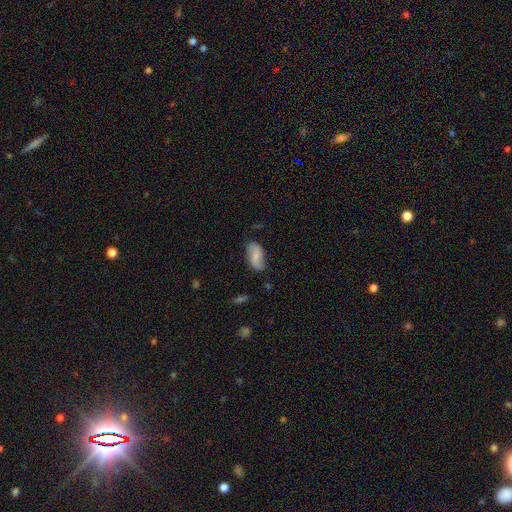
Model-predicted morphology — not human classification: type=smooth (57%); roundness=in between (92%); merging=none (73%).